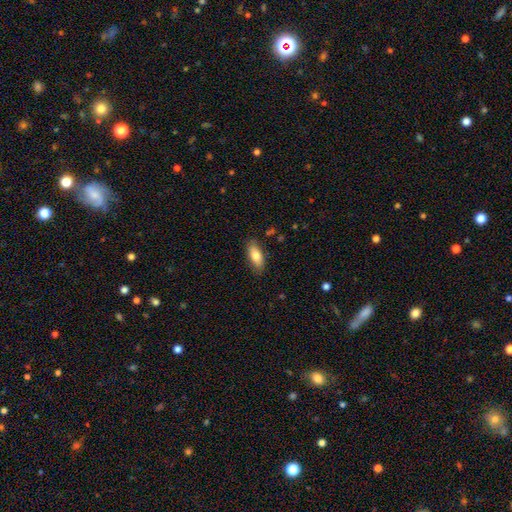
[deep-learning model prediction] smooth 78%, featured or disk 15%, star or artifact 7%. Down the decision tree: how rounded — in between (82%); merging — none (82%).